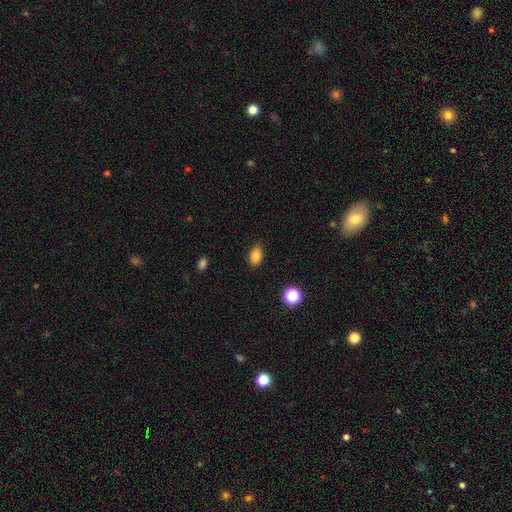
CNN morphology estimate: Smooth or featured: smooth — 84% (star or artifact — 11%)
How rounded: in between — 84% (round — 13%)
Merging: none — 80% (minor disturbance — 16%)